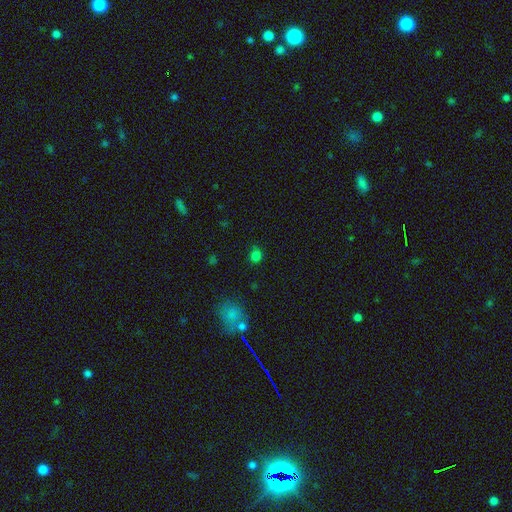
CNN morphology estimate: This appears to be a smooth galaxy with no disk features (77%) that is round (77%). Merging: none (77%).